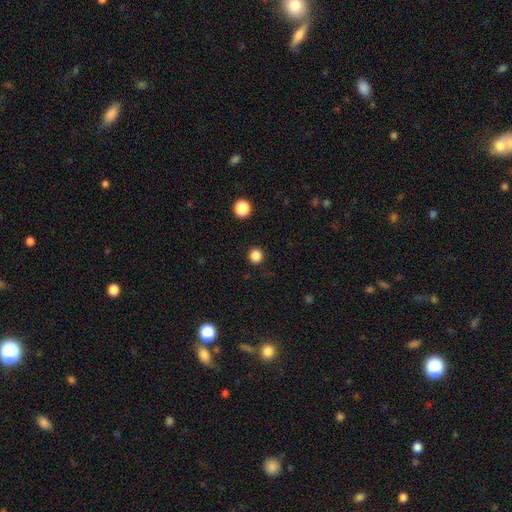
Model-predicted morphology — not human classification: Smooth or featured?
  - smooth: 85% *
  - star or artifact: 12%
  - featured or disk: 3%
How rounded?
  - round: 92% *
  - in between: 7%
  - cigar-shaped: 1%
Merging?
  - none: 91% *
  - minor disturbance: 5%
  - major disturbance: 2%
  - merger: 1%